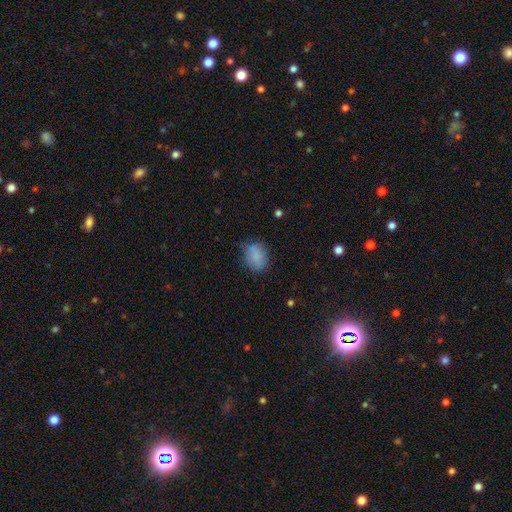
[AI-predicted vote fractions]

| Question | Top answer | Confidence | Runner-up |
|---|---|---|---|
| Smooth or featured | smooth | 83% | star or artifact (9%) |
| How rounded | in between | 68% | round (31%) |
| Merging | none | 69% | minor disturbance (24%) |